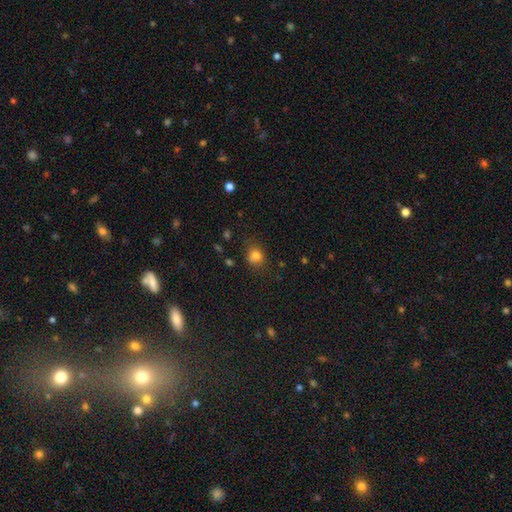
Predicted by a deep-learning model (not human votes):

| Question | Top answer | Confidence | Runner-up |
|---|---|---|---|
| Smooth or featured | smooth | 79% | star or artifact (13%) |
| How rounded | round | 72% | in between (27%) |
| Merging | none | 71% | minor disturbance (19%) |